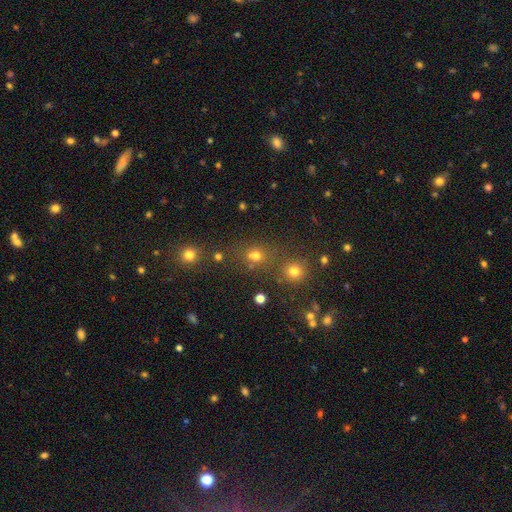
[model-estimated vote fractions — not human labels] smooth-or-featured: smooth: 68% | star or artifact: 24% | featured or disk: 8%
  how-rounded: round: 75% | in between: 24% | cigar-shaped: 1%
  merging: none: 60% | merger: 24% | minor disturbance: 11% | major disturbance: 5%